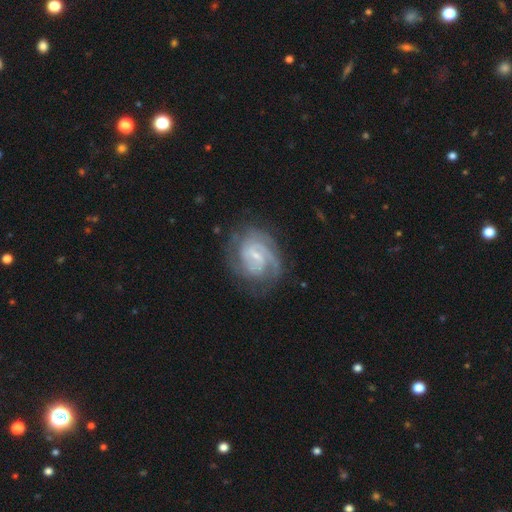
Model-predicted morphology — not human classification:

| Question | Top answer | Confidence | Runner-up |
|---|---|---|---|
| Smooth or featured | featured or disk | 87% | smooth (8%) |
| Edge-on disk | no | 98% | yes (2%) |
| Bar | weak | 57% | no (27%) |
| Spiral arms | yes | 97% | no (3%) |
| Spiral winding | tight | 60% | medium (33%) |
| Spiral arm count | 2 | 41% | can't tell (23%) |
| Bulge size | small | 72% | moderate (18%) |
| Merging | none | 72% | minor disturbance (17%) |